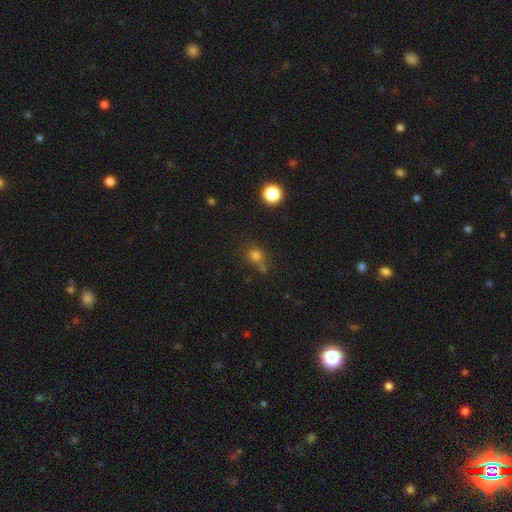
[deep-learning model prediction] The model was most divided on "merging": none: 58%, minor disturbance: 18%, merger: 16%, major disturbance: 8%. More confident: how rounded — round (80%); smooth or featured — smooth (74%).